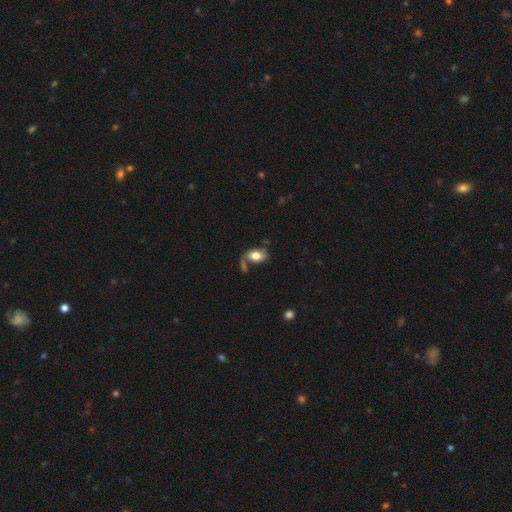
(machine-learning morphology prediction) Smooth or featured? Predicted: smooth (p=0.71). How rounded? Predicted: in between (p=0.85). Merging? Predicted: none (p=0.47).